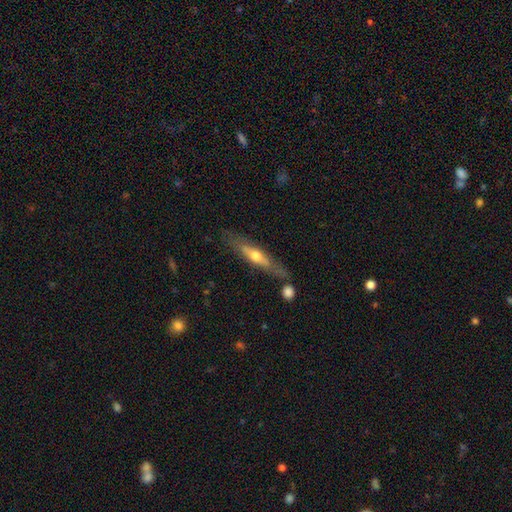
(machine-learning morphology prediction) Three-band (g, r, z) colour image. It shows a featured or disk galaxy (59%) viewed edge-on (78%). Merging: none (70%).